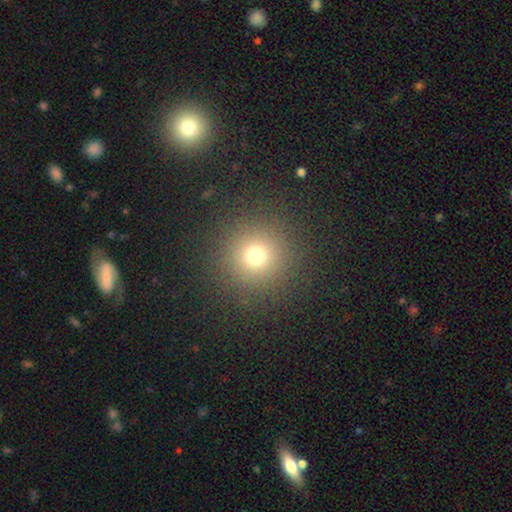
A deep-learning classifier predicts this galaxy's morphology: Smooth or featured?
  - smooth: 71% *
  - star or artifact: 21%
  - featured or disk: 9%
How rounded?
  - round: 95% *
  - in between: 4%
  - cigar-shaped: 1%
Merging?
  - none: 89% *
  - minor disturbance: 6%
  - major disturbance: 4%
  - merger: 1%